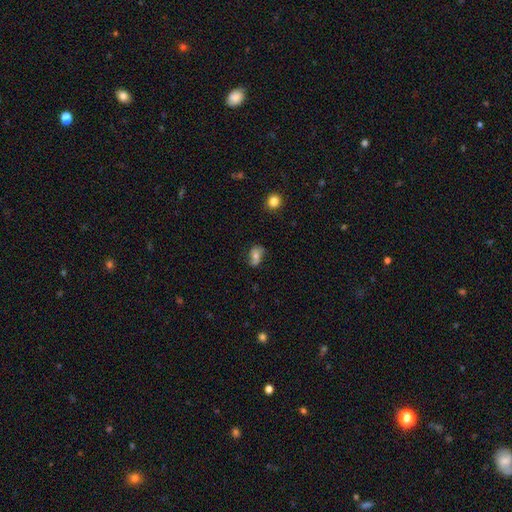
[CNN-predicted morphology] This appears to be a smooth galaxy with no disk features (52%) that is in between round and cigar-shaped (78%). Merging: none (66%).